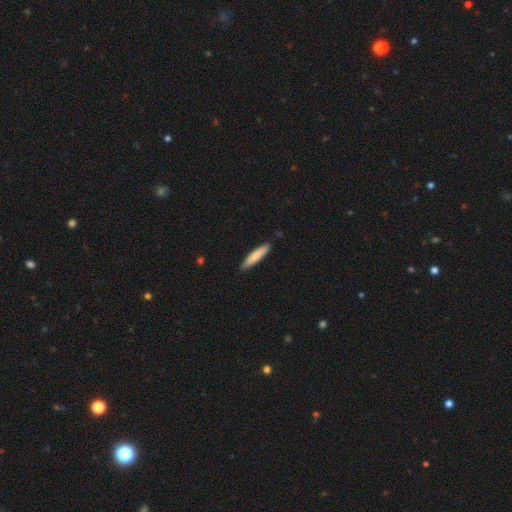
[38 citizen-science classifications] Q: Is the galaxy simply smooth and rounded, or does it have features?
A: smooth — 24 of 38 (63%).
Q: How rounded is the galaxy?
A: cigar-shaped — 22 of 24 (92%).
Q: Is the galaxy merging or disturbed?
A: none — 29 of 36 (81%).